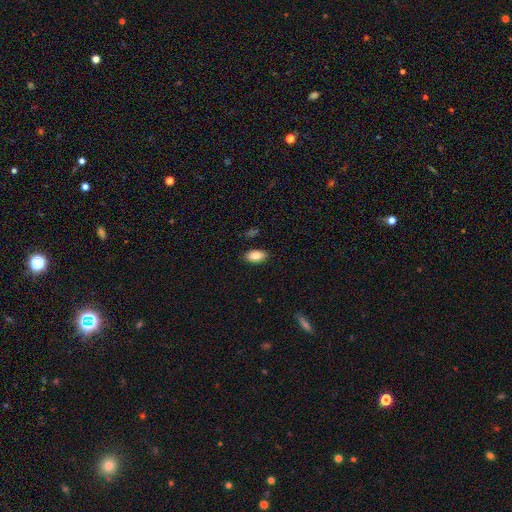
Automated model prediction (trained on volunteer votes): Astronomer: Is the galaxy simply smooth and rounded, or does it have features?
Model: smooth — 87%.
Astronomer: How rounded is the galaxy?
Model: in between — 92%.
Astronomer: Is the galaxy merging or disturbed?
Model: none — 86%.